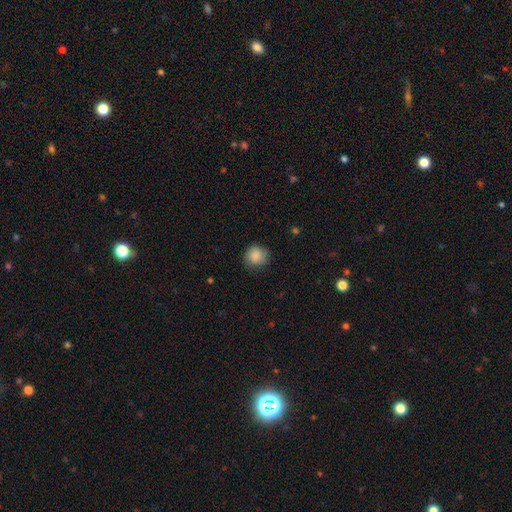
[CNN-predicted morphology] This is clearly a smooth galaxy (86%). How rounded: clearly round (86%). Merging: likely none (79%).